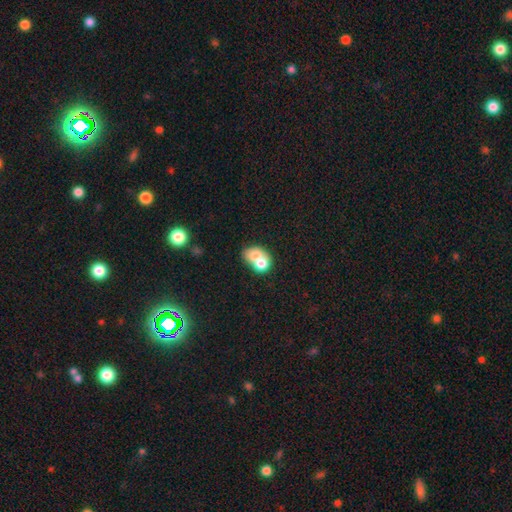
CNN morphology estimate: Smooth or featured?
  - smooth: 68% *
  - featured or disk: 23%
  - star or artifact: 9%
How rounded?
  - in between: 54% *
  - round: 45%
  - cigar-shaped: 1%
Merging?
  - merger: 67% *
  - none: 21%
  - minor disturbance: 8%
  - major disturbance: 5%